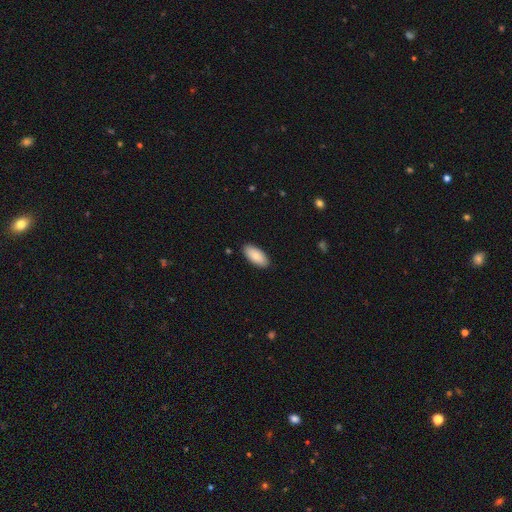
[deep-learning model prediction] Smooth or featured? smooth (84%)
How rounded? in between (92%)
Merging? none (88%)